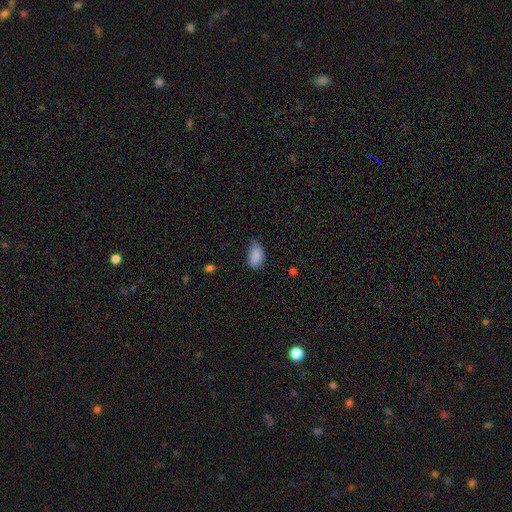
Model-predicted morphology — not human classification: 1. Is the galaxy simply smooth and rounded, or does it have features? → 89% smooth, 7% star or artifact, 4% featured or disk.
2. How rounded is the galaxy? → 93% in between, 5% round, 2% cigar-shaped.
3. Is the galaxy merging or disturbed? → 63% none, 32% minor disturbance, 5% major disturbance, 1% merger.